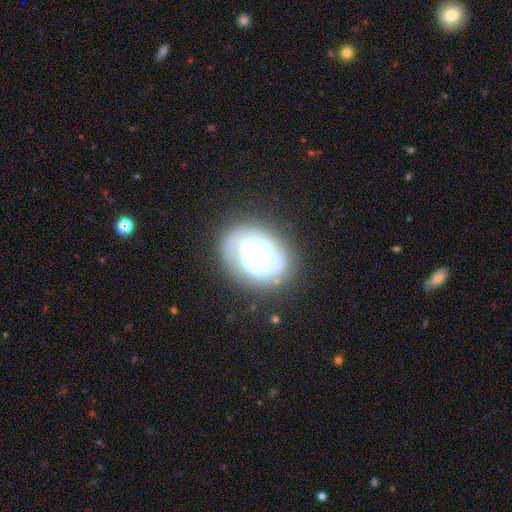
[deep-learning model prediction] A featured or disk galaxy (83%) with no bar (57%), 3 (34%) tight (66%) spiral arms (95%) and a small central bulge (38%). Merging: none (71%).